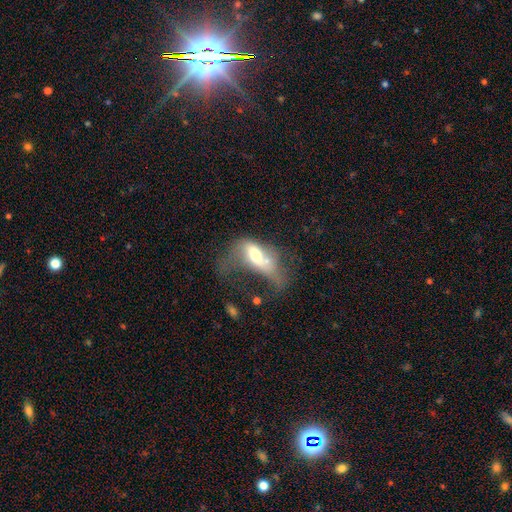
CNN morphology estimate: This appears to be a smooth galaxy with no disk features (47%). Merging: major disturbance (43%).